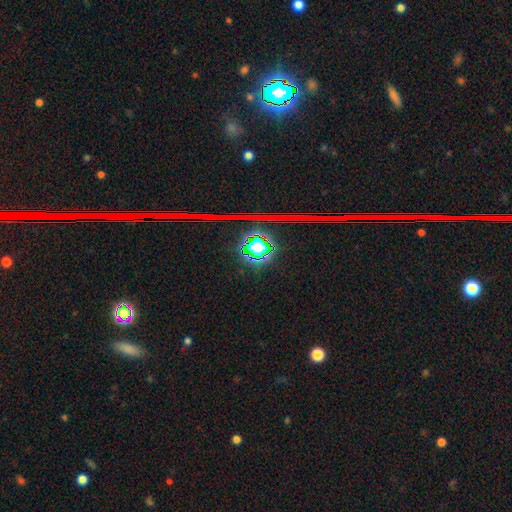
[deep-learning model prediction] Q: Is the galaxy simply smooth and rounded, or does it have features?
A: star or artifact — 73%.